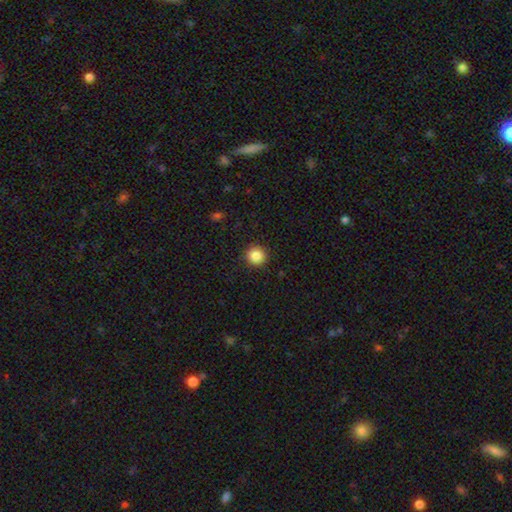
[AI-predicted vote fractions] Smooth or featured: smooth — 86% (star or artifact — 10%)
How rounded: round — 95% (in between — 4%)
Merging: none — 92% (minor disturbance — 5%)